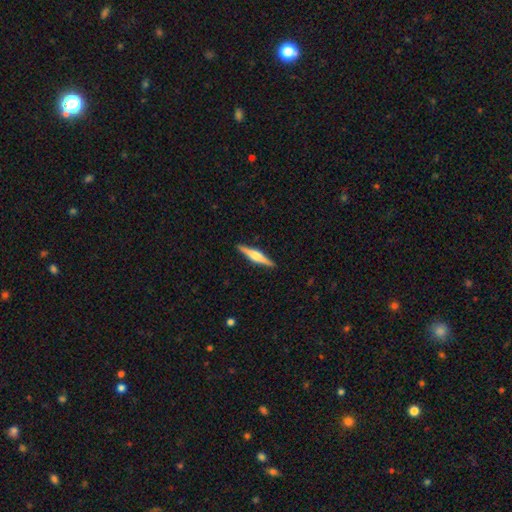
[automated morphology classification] The model was most divided on "smooth or featured": featured or disk: 69%, smooth: 26%, star or artifact: 5%. More confident: edge-on disk — yes (98%); merging — none (91%); edge-on bulge — rounded (78%).